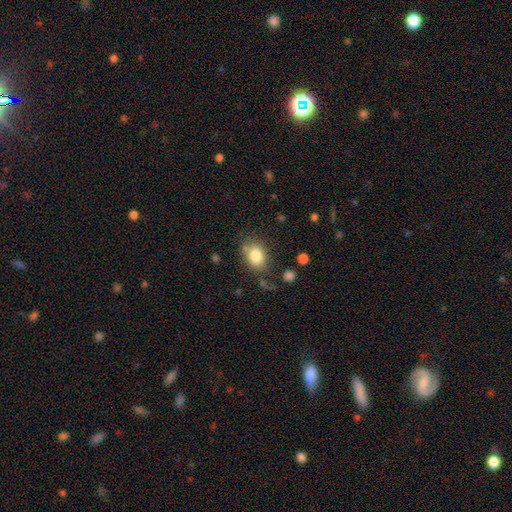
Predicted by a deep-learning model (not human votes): Q: Smooth or featured?
A: smooth (82%); runner-up: star or artifact (9%)
Q: How rounded?
A: in between (64%); runner-up: round (35%)
Q: Merging?
A: none (71%); runner-up: minor disturbance (17%)